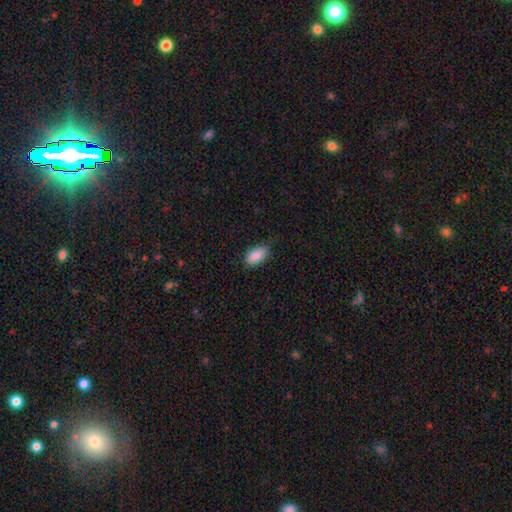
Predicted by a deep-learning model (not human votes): Smooth or featured?
  - smooth: 87% *
  - star or artifact: 7%
  - featured or disk: 6%
How rounded?
  - in between: 92% *
  - cigar-shaped: 5%
  - round: 3%
Merging?
  - none: 72% *
  - minor disturbance: 23%
  - major disturbance: 4%
  - merger: 1%